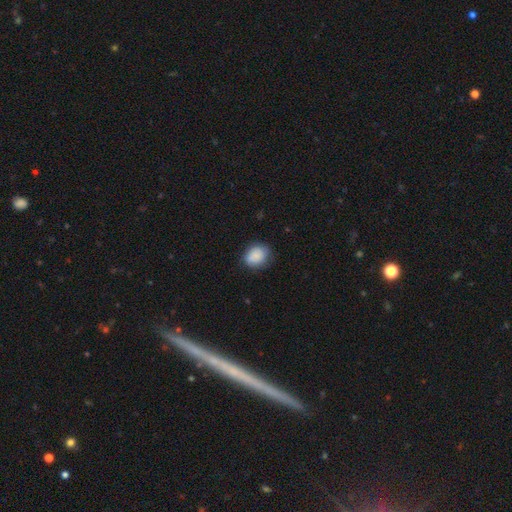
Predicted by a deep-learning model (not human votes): This appears to be a smooth galaxy with no disk features (86%) that is round (53%). Merging: none (74%).